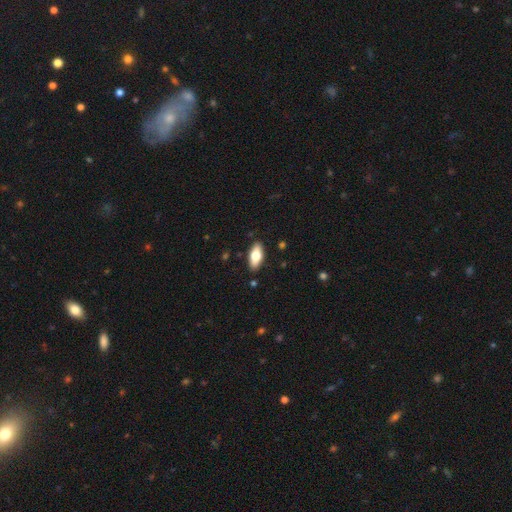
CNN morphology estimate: Smooth or featured?
  - smooth: 72% *
  - featured or disk: 22%
  - star or artifact: 6%
How rounded?
  - in between: 84% *
  - cigar-shaped: 14%
  - round: 2%
Merging?
  - none: 88% *
  - minor disturbance: 9%
  - major disturbance: 2%
  - merger: 1%